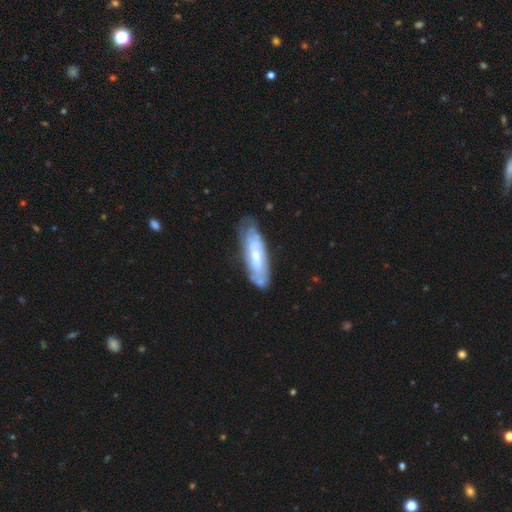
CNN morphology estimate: Smooth or featured? Predicted: featured or disk (p=0.64). Edge-on disk? Predicted: no (p=0.75). Merging? Predicted: none (p=0.70).